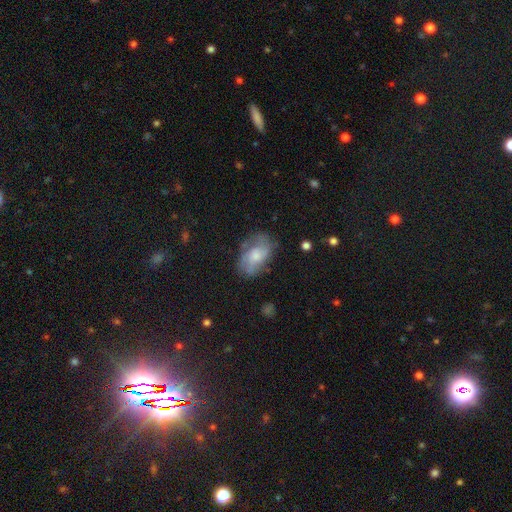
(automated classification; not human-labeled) Smooth or featured? Predicted: featured or disk (p=0.52). Edge-on disk? Predicted: no (p=0.96). Merging? Predicted: none (p=0.60).